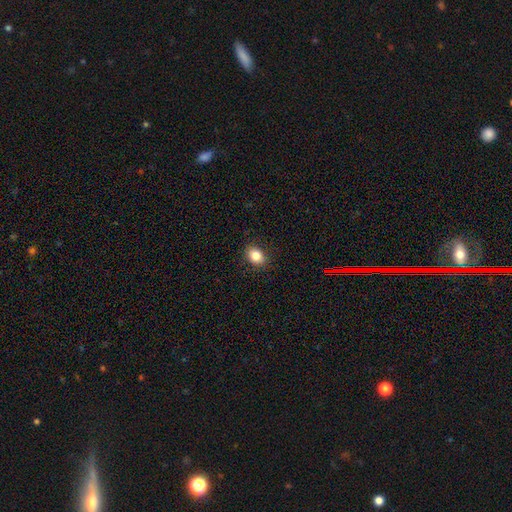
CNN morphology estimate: Smooth or featured: smooth — 84% (star or artifact — 10%)
How rounded: in between — 66% (round — 33%)
Merging: none — 89% (minor disturbance — 8%)